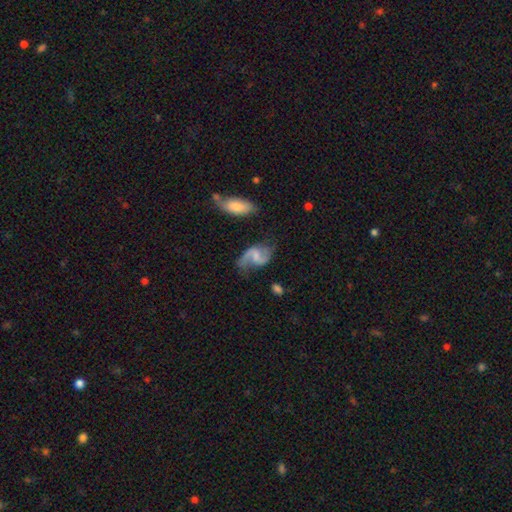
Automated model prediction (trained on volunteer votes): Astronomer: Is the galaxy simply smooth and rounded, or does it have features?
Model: featured or disk — 80%.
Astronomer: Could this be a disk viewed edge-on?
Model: no — 97%.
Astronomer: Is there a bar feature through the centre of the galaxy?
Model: weak — 53% (runner-up: no, 31%).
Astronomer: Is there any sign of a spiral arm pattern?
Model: yes — 94%.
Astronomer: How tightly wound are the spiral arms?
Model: loose — 55% (runner-up: medium, 37%).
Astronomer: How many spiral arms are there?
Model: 2 — 88%.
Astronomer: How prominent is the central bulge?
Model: small — 36% (runner-up: none, 35%).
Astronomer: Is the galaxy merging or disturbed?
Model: none — 61%.